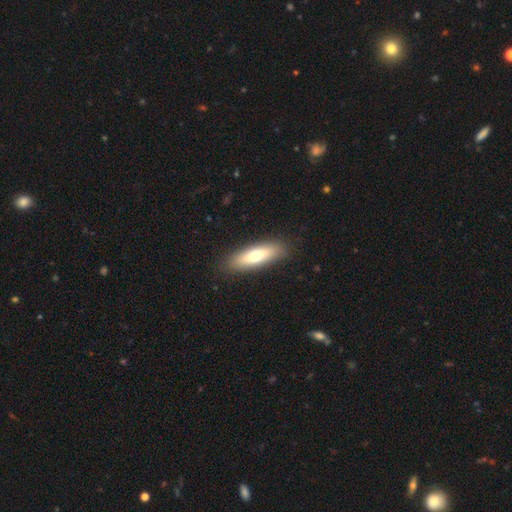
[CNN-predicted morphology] This is likely a smooth galaxy (66%). How rounded: possibly cigar-shaped (54%). Merging: clearly none (89%).